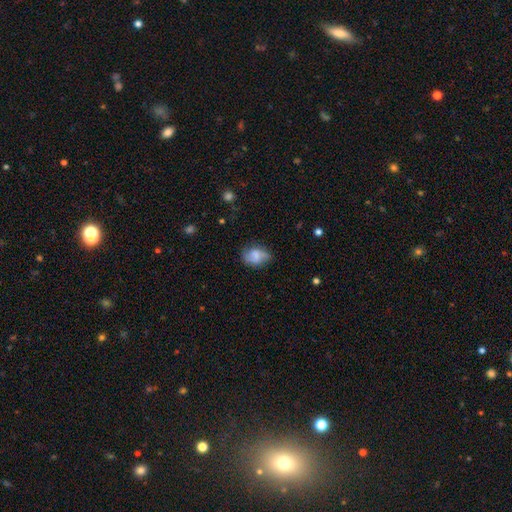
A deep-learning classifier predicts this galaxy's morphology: A smooth galaxy with no disk features (69%) that is in between round and cigar-shaped (71%).

Vote fractions:
- Smooth or featured? smooth: 69% / featured or disk: 22% / star or artifact: 9%
- How rounded? in between: 71% / round: 27% / cigar-shaped: 1%
- Merging? none: 59% / minor disturbance: 30% / major disturbance: 9% / merger: 2%